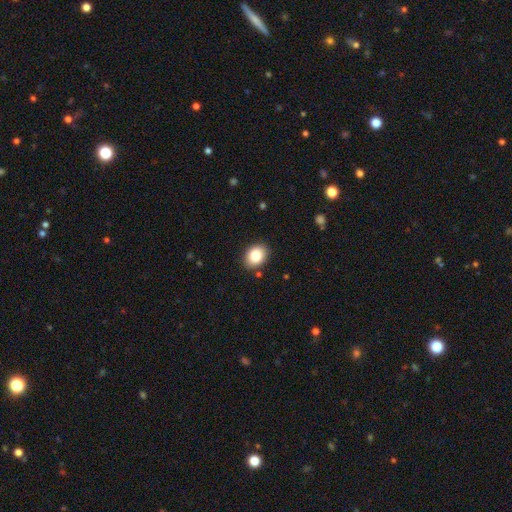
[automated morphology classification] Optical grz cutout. It shows a smooth galaxy with no disk features (83%) that is in between round and cigar-shaped (64%). Merging: none (87%).